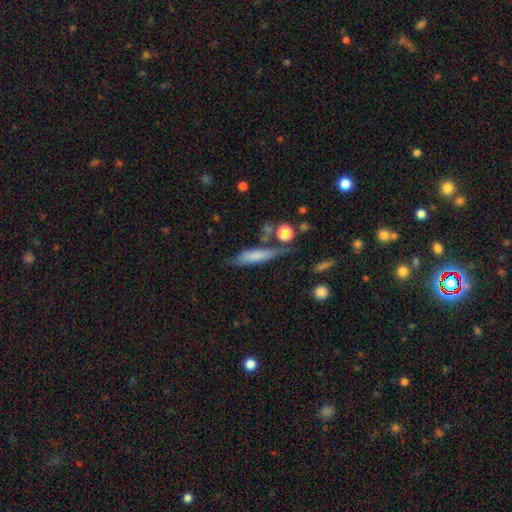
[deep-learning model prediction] This is likely a smooth galaxy (70%). How rounded: likely cigar-shaped (78%). Merging: likely none (60%).